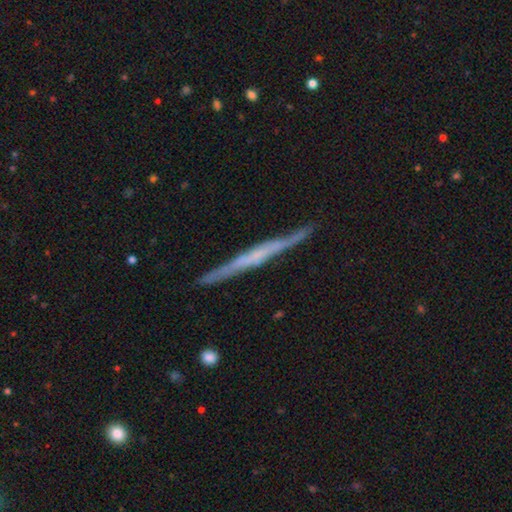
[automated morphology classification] Q: Smooth or featured?
A: featured or disk (70%); runner-up: smooth (25%)
Q: Edge-on disk?
A: yes (97%); runner-up: no (3%)
Q: Edge-on bulge?
A: none (63%); runner-up: rounded (22%)
Q: Merging?
A: none (87%); runner-up: minor disturbance (10%)